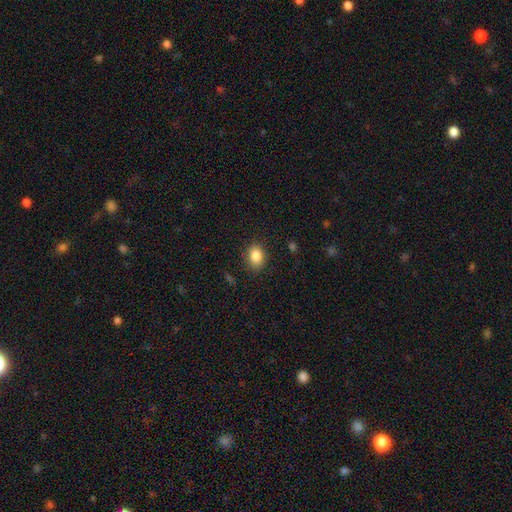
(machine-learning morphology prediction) The model was most divided on "how rounded": in between: 67%, round: 32%, cigar-shaped: 1%. More confident: smooth or featured — smooth (86%); merging — none (84%).